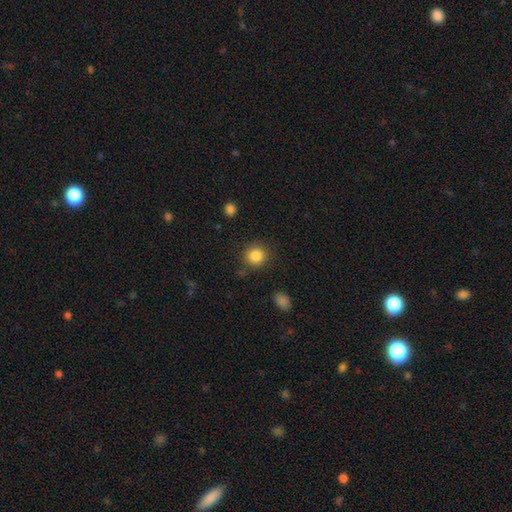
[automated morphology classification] smooth 86%, star or artifact 10%, featured or disk 5%. Down the decision tree: how rounded — round (89%); merging — none (86%).